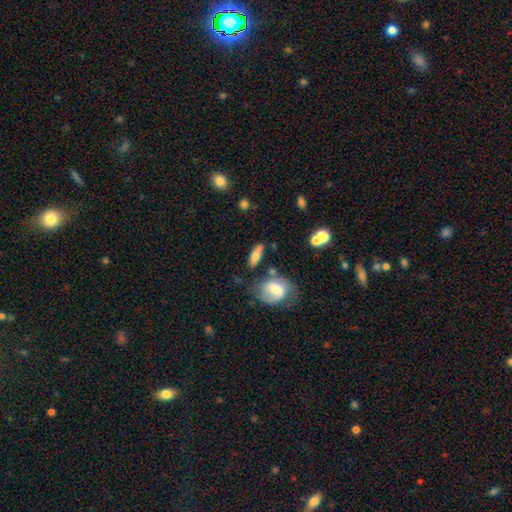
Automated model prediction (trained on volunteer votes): A smooth galaxy with no disk features (63%) that is in between round and cigar-shaped (47%). Merging: none (72%).